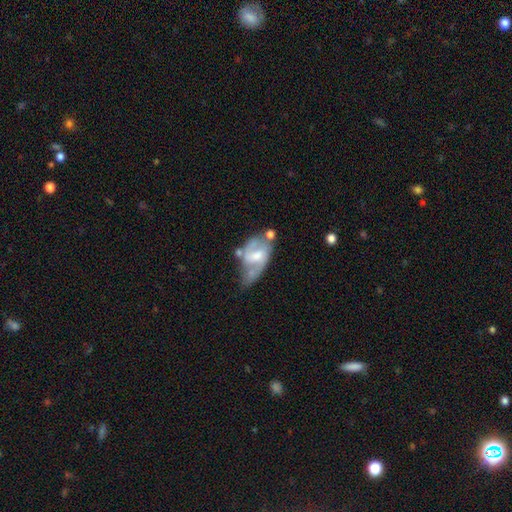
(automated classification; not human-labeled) Smooth or featured? featured or disk (70%)
Edge-on disk? no (96%)
Bar? weak (51%)
Spiral arms? yes (78%)
Spiral winding? medium (46%)
Spiral arm count? 2 (72%)
Bulge size? moderate (52%)
Merging? none (34%)